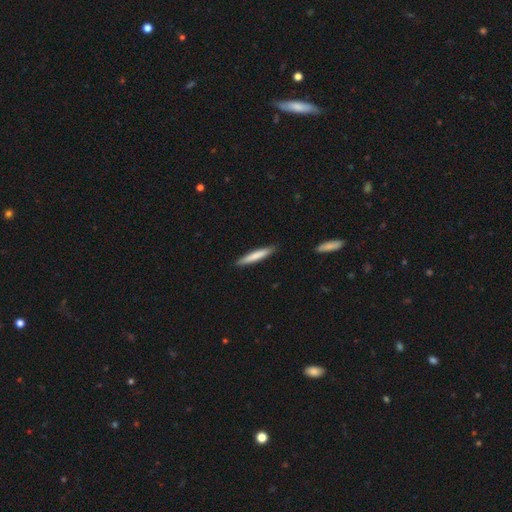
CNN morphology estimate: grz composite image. It shows a smooth galaxy with no disk features (76%) that is cigar-shaped (94%). Merging: none (90%).